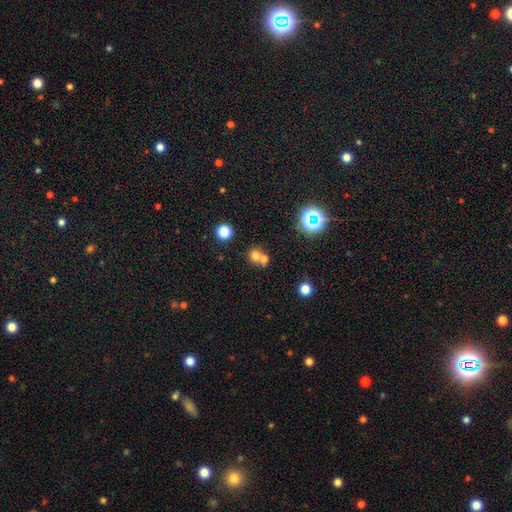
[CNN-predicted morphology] This is likely a smooth galaxy (68%). How rounded: clearly round (84%). Merging: possibly none (46%).